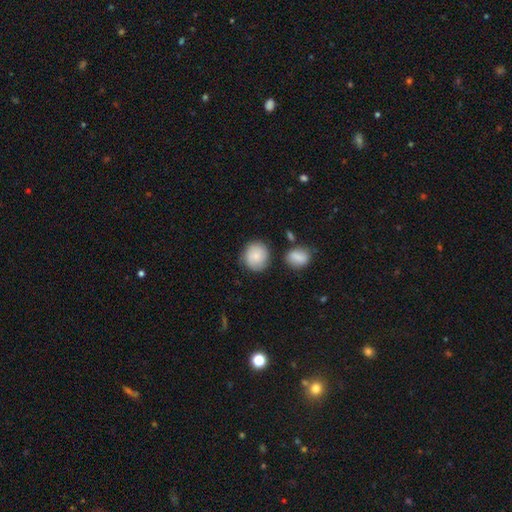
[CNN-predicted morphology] This appears to be a smooth galaxy with no disk features (81%) that is round (85%). Merging: none (73%).